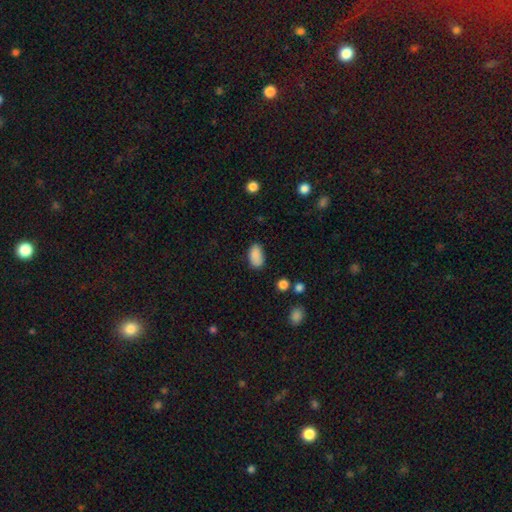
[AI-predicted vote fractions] Smooth or featured?
  - smooth: 88% *
  - star or artifact: 8%
  - featured or disk: 3%
How rounded?
  - in between: 93% *
  - round: 5%
  - cigar-shaped: 2%
Merging?
  - none: 81% *
  - minor disturbance: 14%
  - major disturbance: 3%
  - merger: 2%